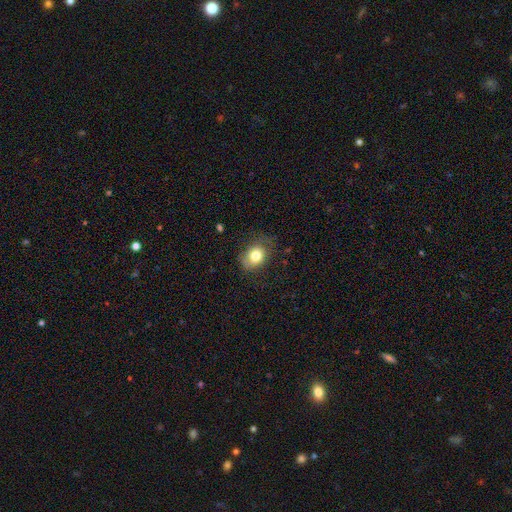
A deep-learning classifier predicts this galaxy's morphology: smooth 78%, featured or disk 13%, star or artifact 10%. Down the decision tree: how rounded — in between (51%); merging — none (65%).